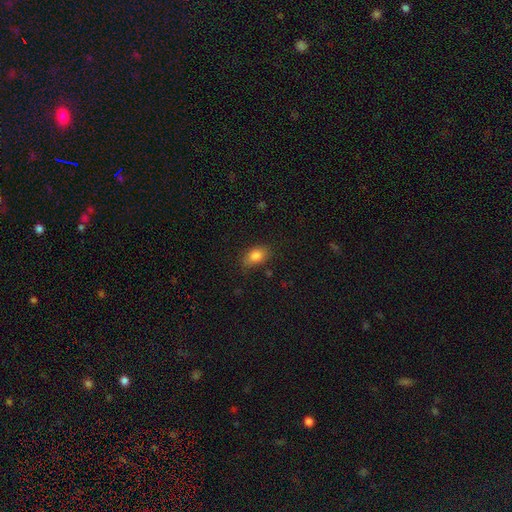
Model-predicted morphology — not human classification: This appears to be a smooth galaxy with no disk features (84%) that is in between round and cigar-shaped (84%). Merging: none (76%).